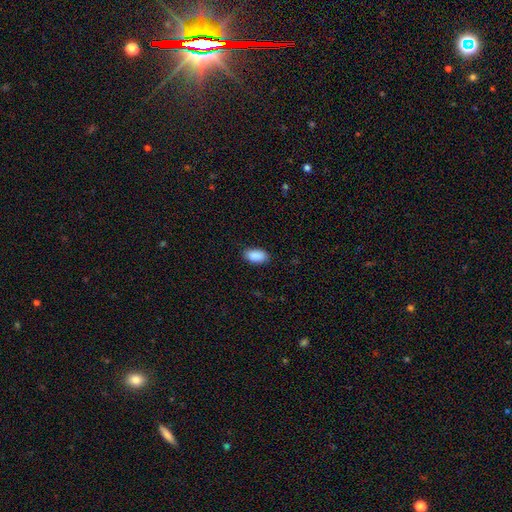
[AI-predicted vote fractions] Overall: smooth (91%). How rounded: in between (94%). Merging: none (86%).